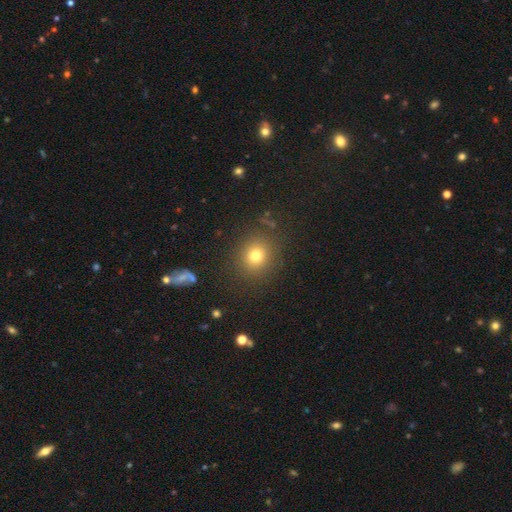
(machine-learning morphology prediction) A smooth galaxy with no disk features (75%) that is round (84%). Merging: none (87%).